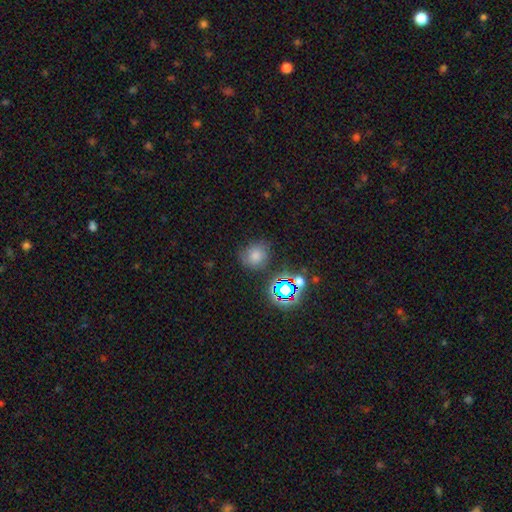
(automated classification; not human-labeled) Morphology: type=smooth (68%); roundness=round (81%); merging=none (73%).